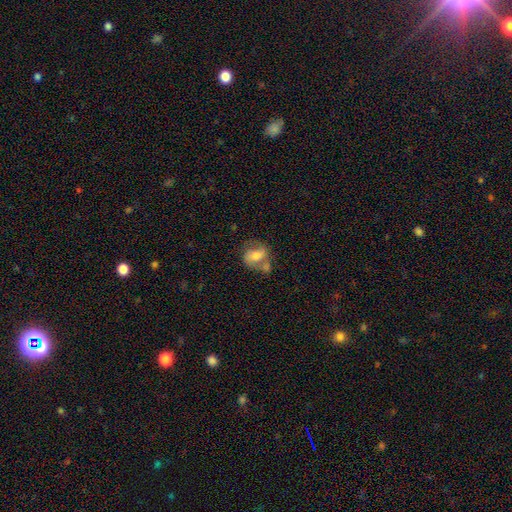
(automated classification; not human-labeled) This appears to be a smooth galaxy with no disk features (46%). Merging: none (38%).